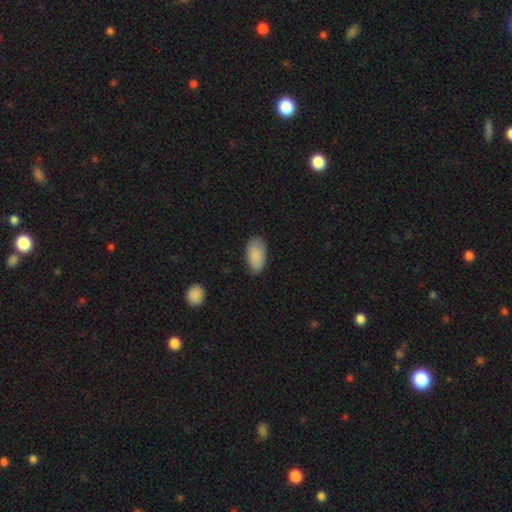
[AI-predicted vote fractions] Overall: smooth (89%). How rounded: in between (95%). Merging: none (78%).